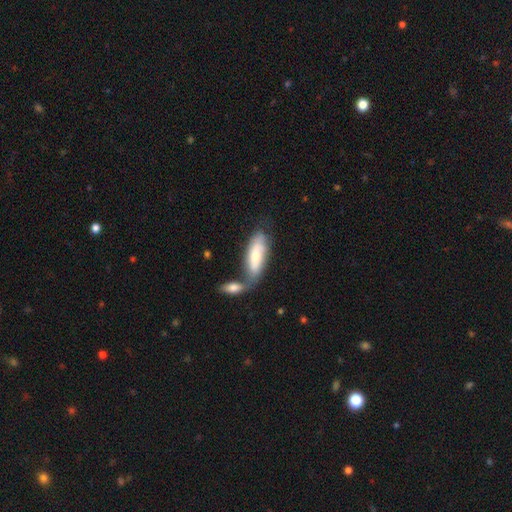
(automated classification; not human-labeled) This is likely a smooth galaxy (62%). How rounded: likely in between (75%). Merging: possibly merger (54%).